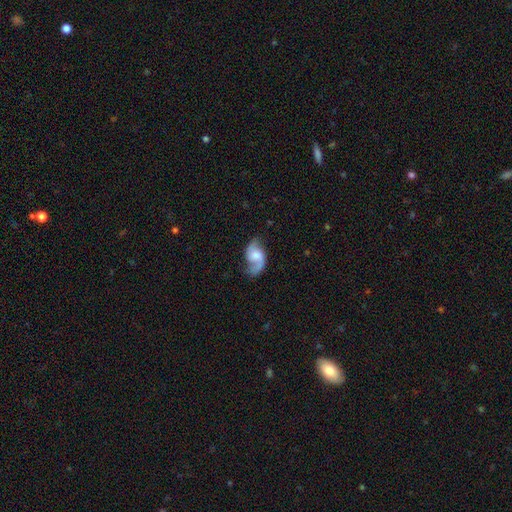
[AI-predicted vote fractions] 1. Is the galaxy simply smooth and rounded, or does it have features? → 78% featured or disk, 16% smooth, 6% star or artifact.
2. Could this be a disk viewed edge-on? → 97% no, 3% yes.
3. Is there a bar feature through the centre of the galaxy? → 56% no, 37% weak, 7% strong.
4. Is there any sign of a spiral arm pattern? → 95% yes, 5% no.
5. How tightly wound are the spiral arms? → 52% loose, 38% medium, 10% tight.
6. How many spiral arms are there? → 82% 2, 12% 1, 3% can't tell, 1% 3, 1% 4, 1% more than 4.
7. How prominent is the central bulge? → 39% moderate, 22% small, 20% large, 16% none, 3% dominant.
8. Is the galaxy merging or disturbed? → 61% none, 23% minor disturbance, 14% major disturbance, 2% merger.